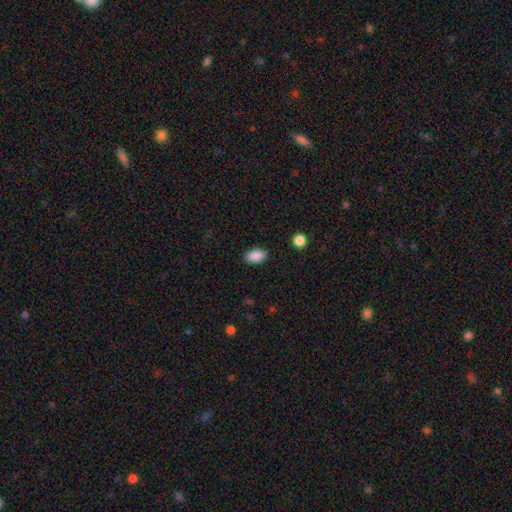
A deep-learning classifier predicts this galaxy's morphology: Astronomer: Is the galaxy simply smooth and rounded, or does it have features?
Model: smooth — 89%.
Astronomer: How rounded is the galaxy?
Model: in between — 91%.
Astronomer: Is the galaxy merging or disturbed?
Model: none — 88%.